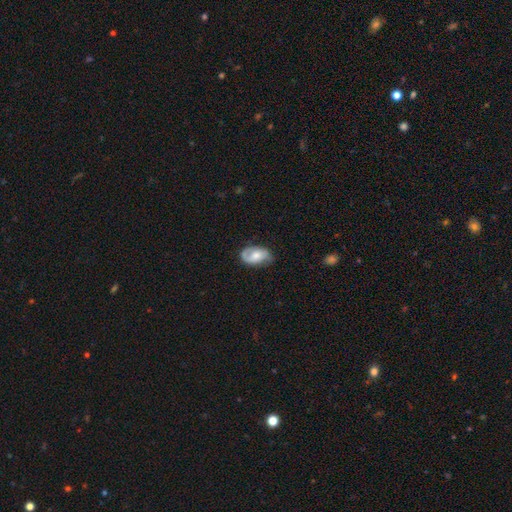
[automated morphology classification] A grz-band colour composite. It shows a featured or disk galaxy (53%) with no bar (62%), spiral arms (80%) and a moderate central bulge (55%). Merging: none (60%).